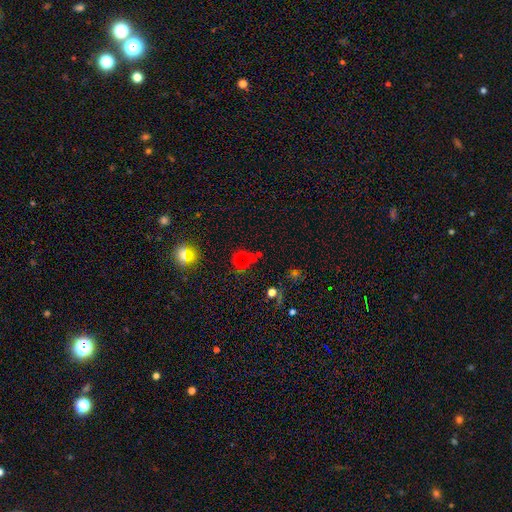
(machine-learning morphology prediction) type=star or artifact (48%).